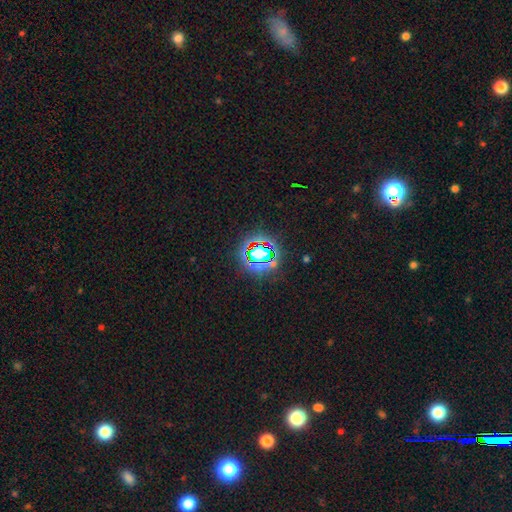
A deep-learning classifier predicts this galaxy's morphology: type=star or artifact (65%).